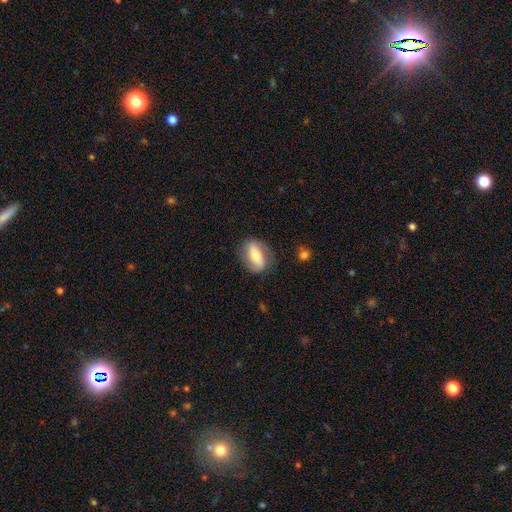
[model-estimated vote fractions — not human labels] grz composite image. It shows a featured or disk galaxy (48%). Merging: none (78%).